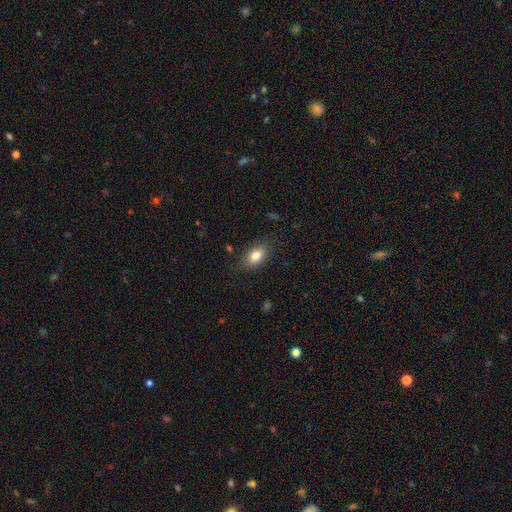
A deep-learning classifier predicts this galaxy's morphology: type=smooth (81%); roundness=in between (84%); merging=none (81%).